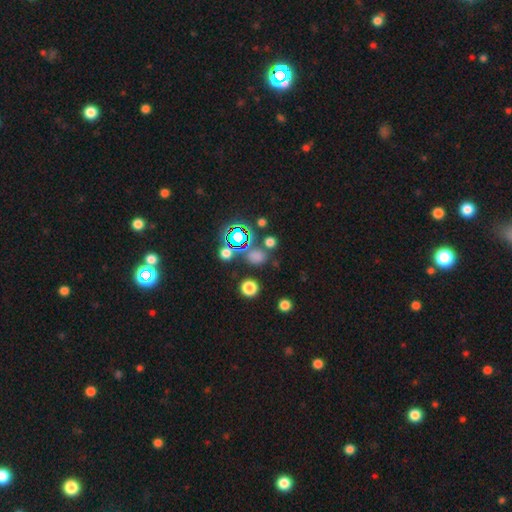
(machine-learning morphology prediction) smooth 59%, star or artifact 34%, featured or disk 7%. Down the decision tree: how rounded — round (66%); merging — none (70%).